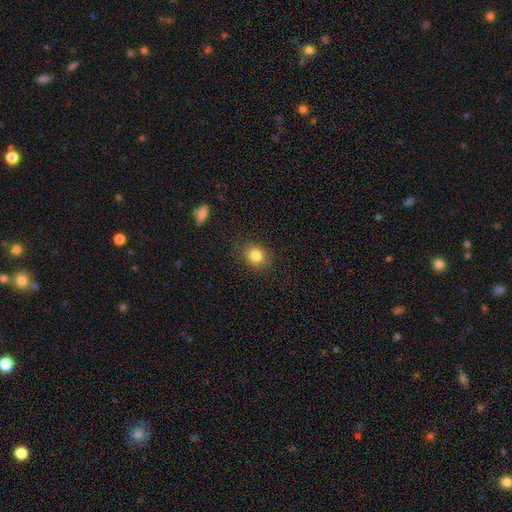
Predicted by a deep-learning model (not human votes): Morphology: type=smooth (83%); roundness=round (70%); merging=none (86%).